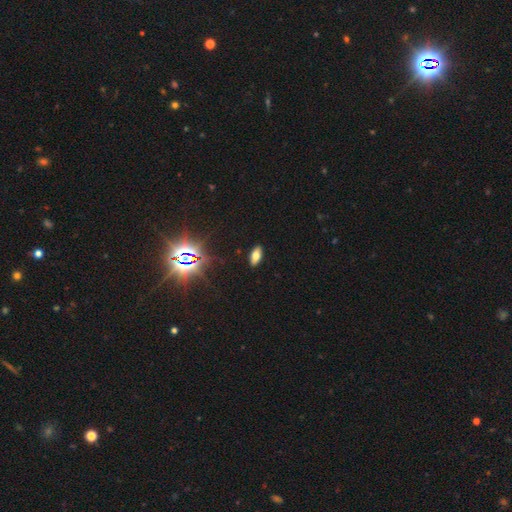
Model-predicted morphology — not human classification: Q: Smooth or featured?
A: smooth (65%); runner-up: star or artifact (22%)
Q: How rounded?
A: in between (87%); runner-up: cigar-shaped (10%)
Q: Merging?
A: none (90%); runner-up: minor disturbance (7%)